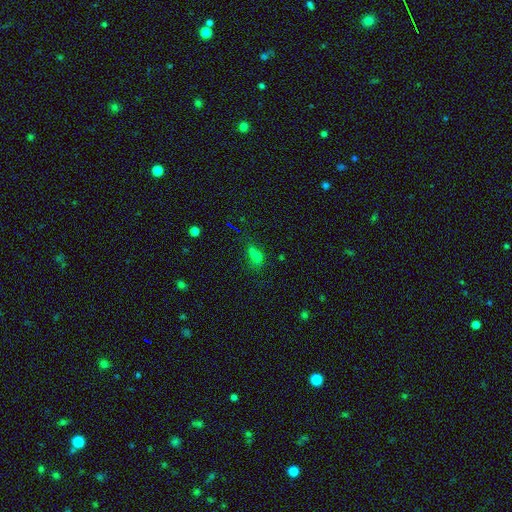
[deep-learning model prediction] Smooth or featured: smooth — 57% (star or artifact — 31%)
How rounded: in between — 64% (cigar-shaped — 25%)
Merging: none — 49% (minor disturbance — 22%)